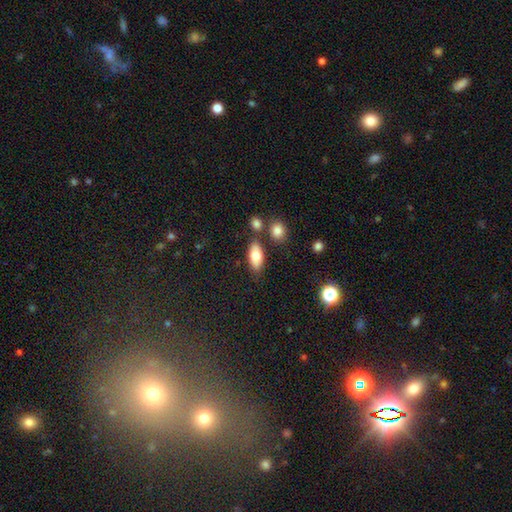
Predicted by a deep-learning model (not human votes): Q: Smooth or featured?
A: smooth (79%); runner-up: featured or disk (14%)
Q: How rounded?
A: in between (85%); runner-up: cigar-shaped (10%)
Q: Merging?
A: none (75%); runner-up: minor disturbance (13%)